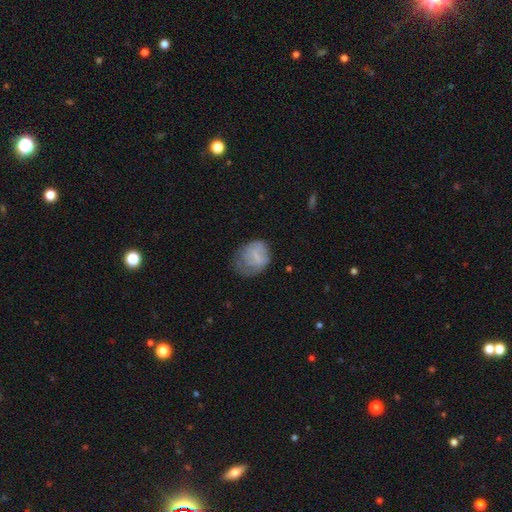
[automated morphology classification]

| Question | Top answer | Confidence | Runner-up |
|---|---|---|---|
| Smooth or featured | smooth | 65% | featured or disk (27%) |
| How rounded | round | 50% | in between (48%) |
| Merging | none | 38% | minor disturbance (34%) |